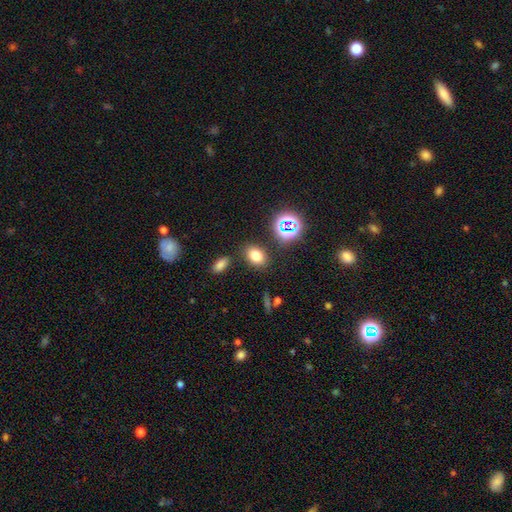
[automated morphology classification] Overall: smooth (74%). How rounded: in between (76%). Merging: none (82%).